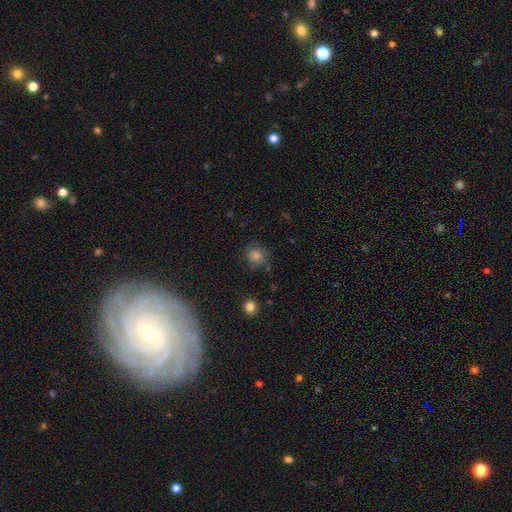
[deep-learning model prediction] A smooth galaxy with no disk features (73%) that is round (88%).

Vote fractions:
- Smooth or featured? smooth: 73% / star or artifact: 18% / featured or disk: 9%
- How rounded? round: 88% / in between: 11% / cigar-shaped: 1%
- Merging? none: 81% / minor disturbance: 12% / major disturbance: 5% / merger: 2%